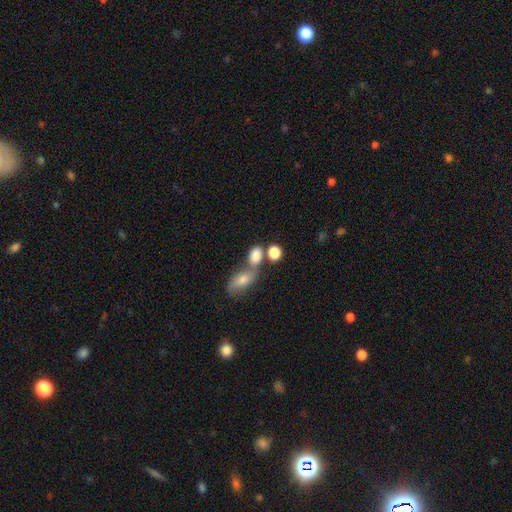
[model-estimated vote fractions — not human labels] Overall: smooth (81%). How rounded: in between (75%). Merging: merger (47%; none 37%).